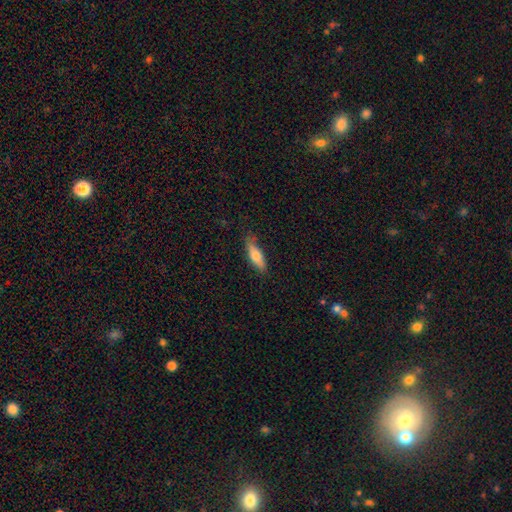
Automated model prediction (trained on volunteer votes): Smooth or featured: smooth — 71% (featured or disk — 23%)
How rounded: in between — 52% (cigar-shaped — 46%)
Merging: none — 75% (minor disturbance — 20%)